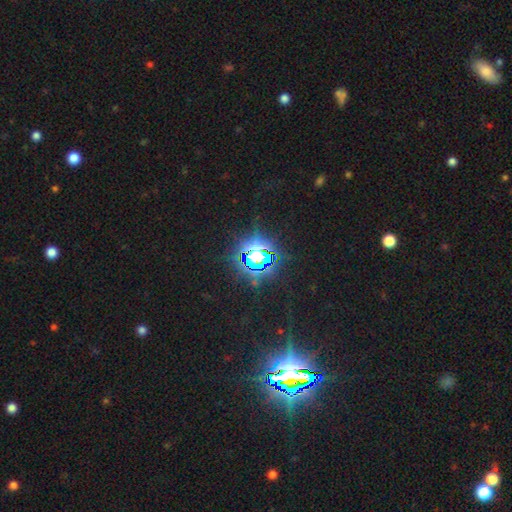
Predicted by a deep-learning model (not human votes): Smooth or featured? star or artifact (79%)